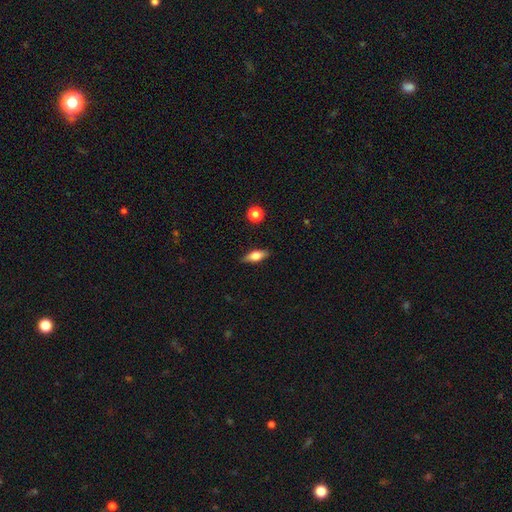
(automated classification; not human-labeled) smooth_or_featured: smooth (p=0.60) [alt: featured or disk p=0.32]
how_rounded: in between (p=0.68) [alt: cigar-shaped p=0.27]
merging: none (p=0.86) [alt: minor disturbance p=0.11]